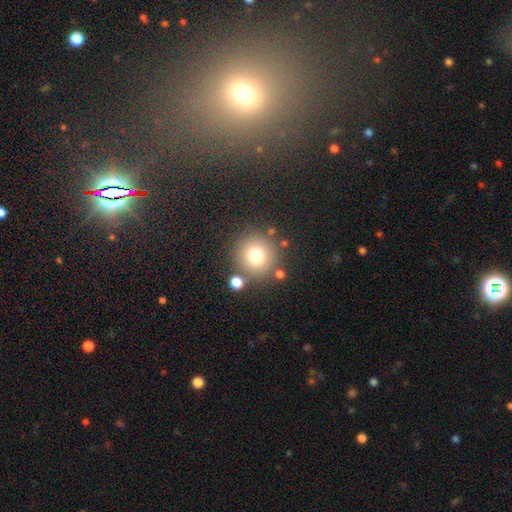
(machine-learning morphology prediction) Smooth or featured? smooth (74%)
How rounded? round (94%)
Merging? none (80%)